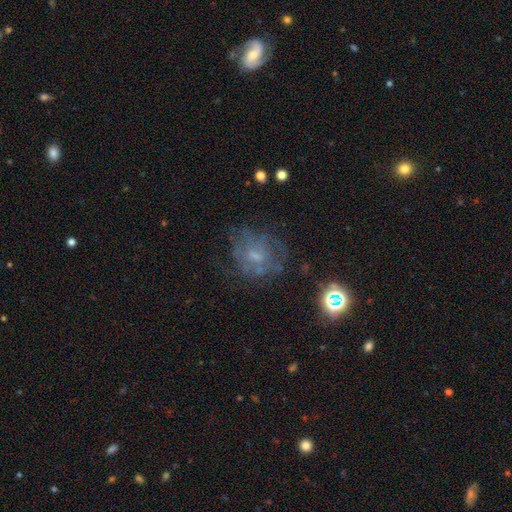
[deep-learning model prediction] A featured or disk galaxy (55%) with no bar (71%), no spiral arms (55%) and a small central bulge (51%). Merging: none (59%).